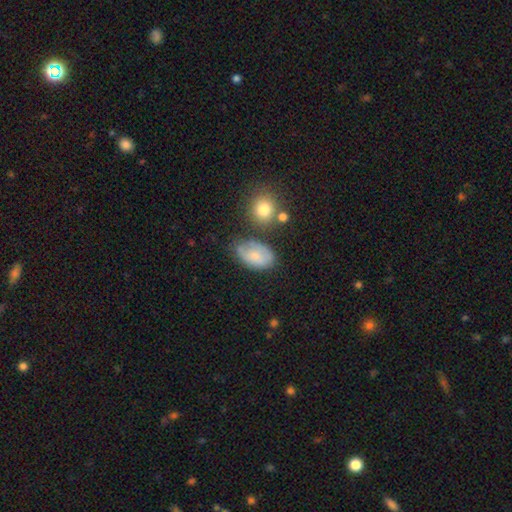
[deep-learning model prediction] This is likely a smooth galaxy (67%). How rounded: clearly in between (90%). Merging: possibly none (54%).